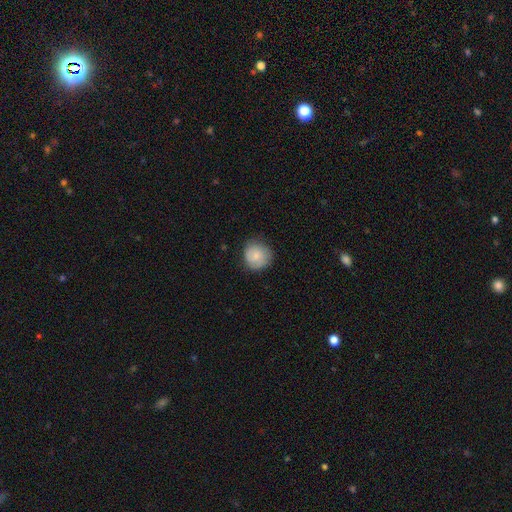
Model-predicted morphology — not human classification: This is likely a smooth galaxy (77%). How rounded: clearly round (90%). Merging: likely none (76%).